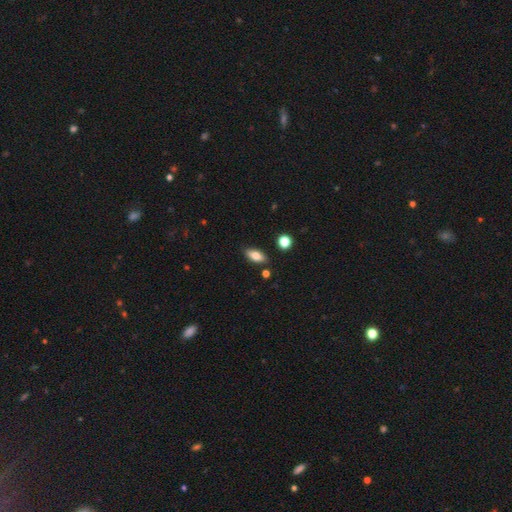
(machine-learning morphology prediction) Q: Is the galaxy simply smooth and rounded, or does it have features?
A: smooth — 75%.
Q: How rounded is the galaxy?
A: in between — 84%.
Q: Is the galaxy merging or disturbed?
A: none — 84%.